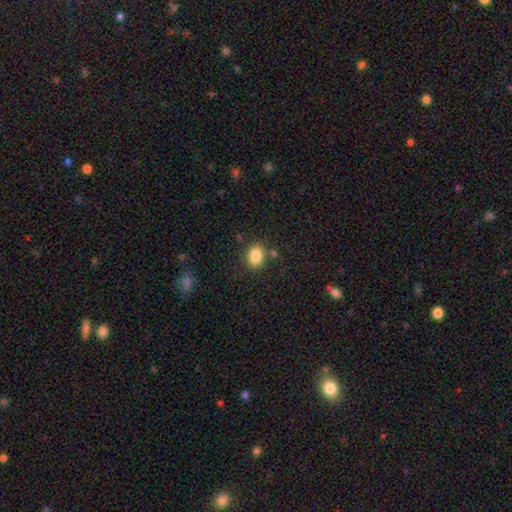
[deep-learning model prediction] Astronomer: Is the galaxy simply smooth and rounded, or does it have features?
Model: smooth — 86%.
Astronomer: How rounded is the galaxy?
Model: in between — 69%.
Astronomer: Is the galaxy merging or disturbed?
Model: none — 79%.